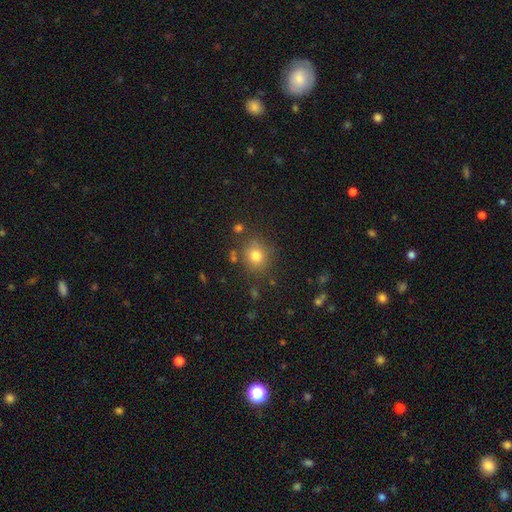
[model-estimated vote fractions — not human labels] Smooth or featured? Predicted: smooth (p=0.78). How rounded? Predicted: round (p=0.80). Merging? Predicted: none (p=0.79).